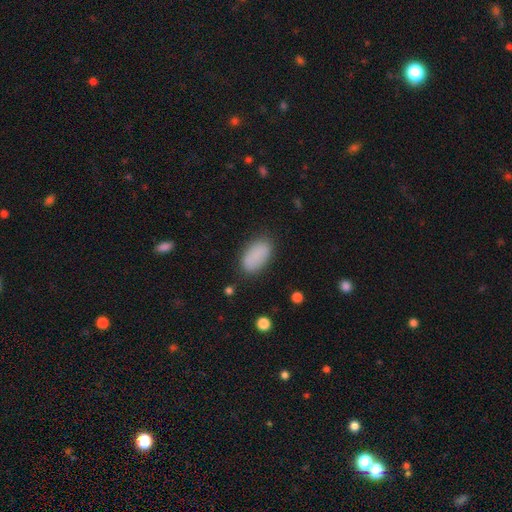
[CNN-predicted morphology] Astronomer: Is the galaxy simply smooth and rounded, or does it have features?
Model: smooth — 86%.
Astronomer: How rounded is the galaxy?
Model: in between — 94%.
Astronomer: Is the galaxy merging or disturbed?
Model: none — 82%.